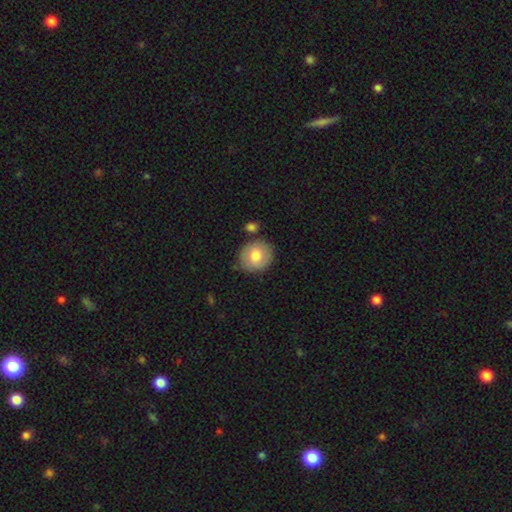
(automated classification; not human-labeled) The model was most divided on "smooth or featured": smooth: 72%, featured or disk: 21%, star or artifact: 7%. More confident: how rounded — round (80%); merging — none (77%).